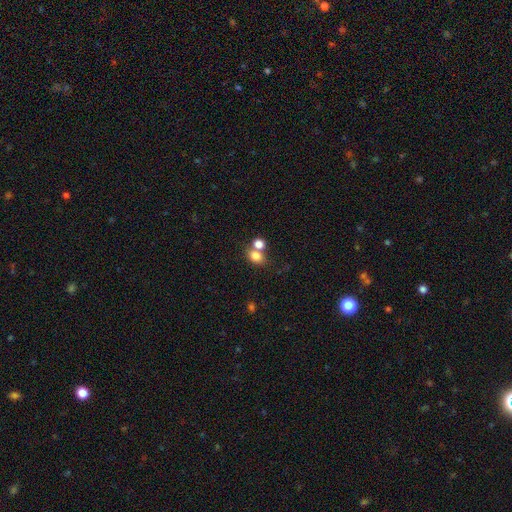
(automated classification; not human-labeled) A smooth galaxy with no disk features (79%) that is in between round and cigar-shaped (54%). Merging: none (43%, tied with merger).